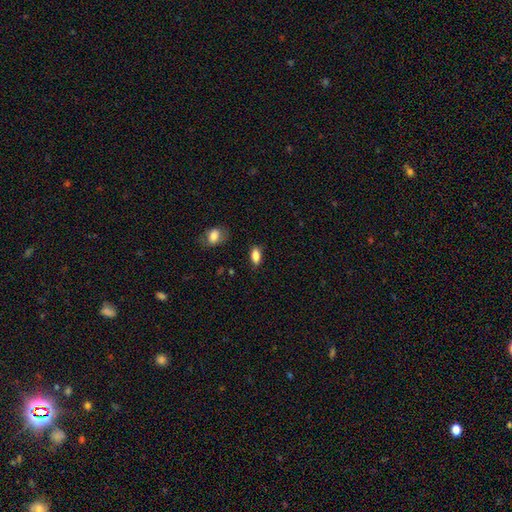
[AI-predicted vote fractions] This appears to be a smooth galaxy with no disk features (85%) that is in between round and cigar-shaped (85%). Merging: none (80%).